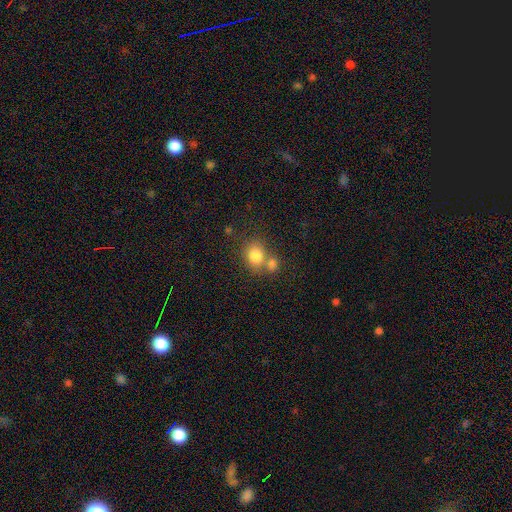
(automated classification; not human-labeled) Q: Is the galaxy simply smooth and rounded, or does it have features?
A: smooth — 81%.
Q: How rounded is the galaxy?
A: round — 59%.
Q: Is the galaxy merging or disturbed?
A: none — 44%.